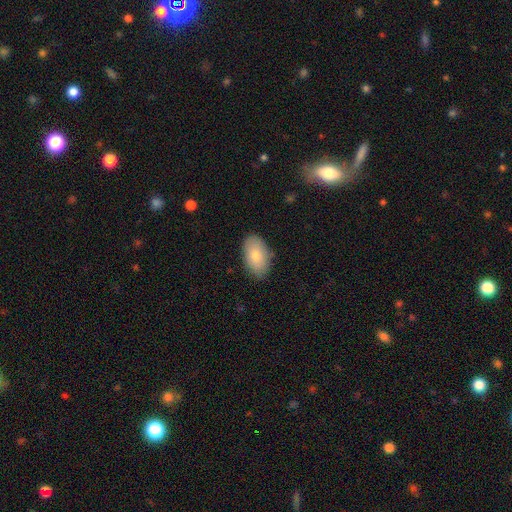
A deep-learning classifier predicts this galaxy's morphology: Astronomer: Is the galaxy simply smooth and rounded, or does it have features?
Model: smooth — 80%.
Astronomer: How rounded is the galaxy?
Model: in between — 93%.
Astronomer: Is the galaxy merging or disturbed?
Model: none — 84%.